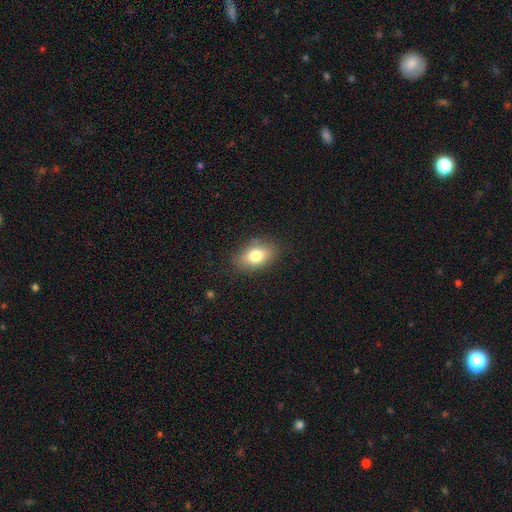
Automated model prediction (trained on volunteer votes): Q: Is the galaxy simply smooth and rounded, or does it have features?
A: smooth — 79%.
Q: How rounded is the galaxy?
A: in between — 84%.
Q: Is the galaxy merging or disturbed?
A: none — 83%.